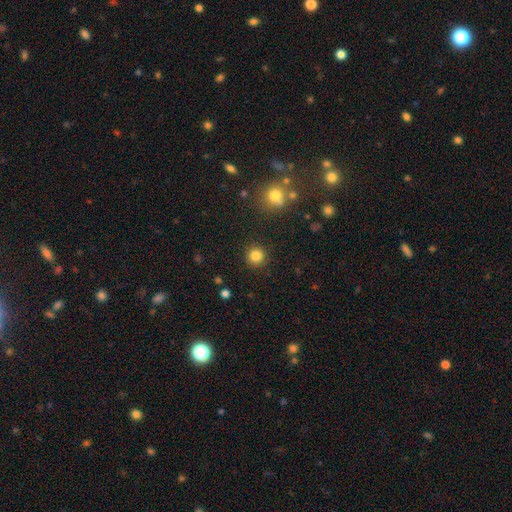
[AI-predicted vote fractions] Smooth or featured? smooth (84%)
How rounded? round (93%)
Merging? none (90%)